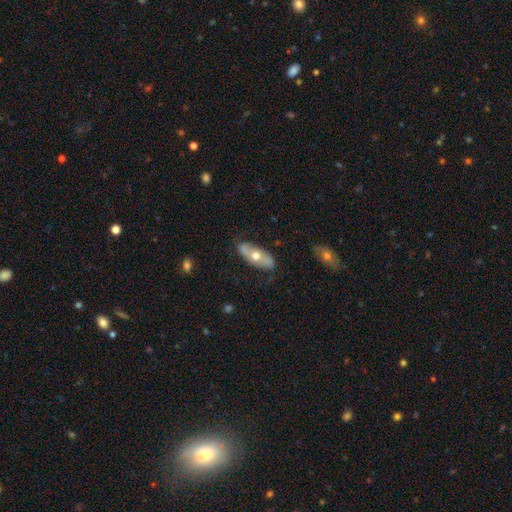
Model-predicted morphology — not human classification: This is possibly a featured or disk galaxy (51%). It is likely not viewed edge-on (70%). Merging: likely none (78%).